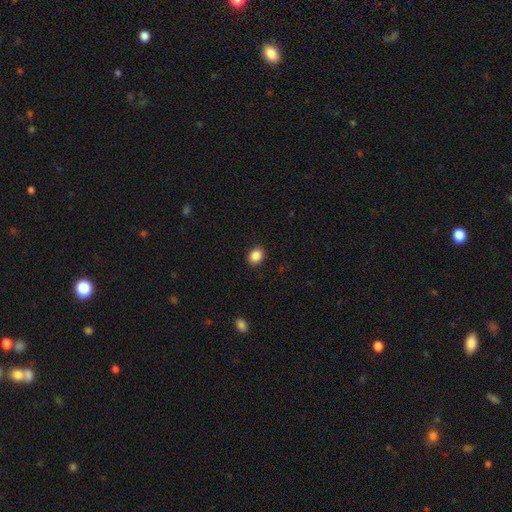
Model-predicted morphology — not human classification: A smooth galaxy with no disk features (87%) that is in between round and cigar-shaped (50%). Merging: none (90%).